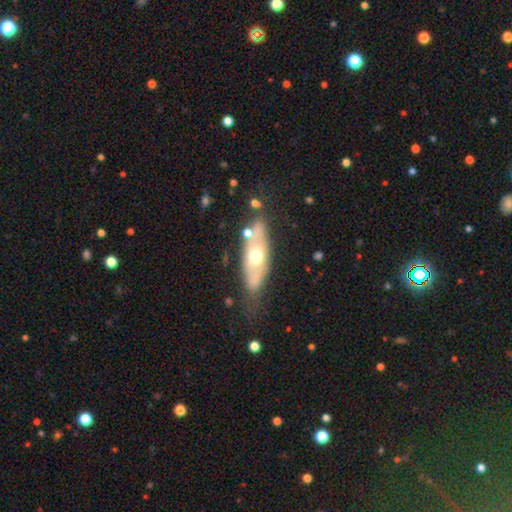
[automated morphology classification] Smooth or featured? Predicted: featured or disk (p=0.51). Edge-on disk? Predicted: no (p=0.64). Merging? Predicted: none (p=0.62).